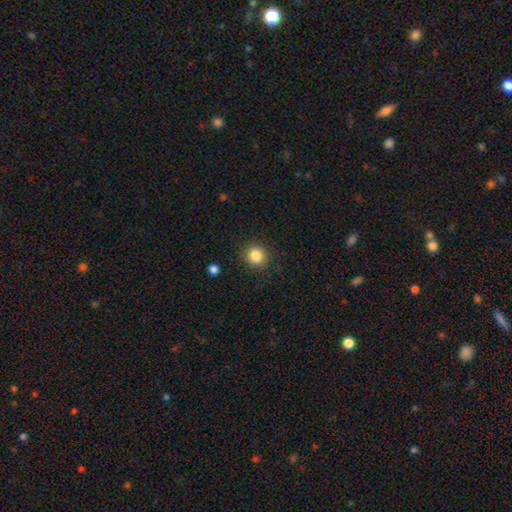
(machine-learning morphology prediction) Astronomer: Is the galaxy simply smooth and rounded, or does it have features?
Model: smooth — 84%.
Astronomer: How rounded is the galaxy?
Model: round — 90%.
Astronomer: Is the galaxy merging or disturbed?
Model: none — 89%.